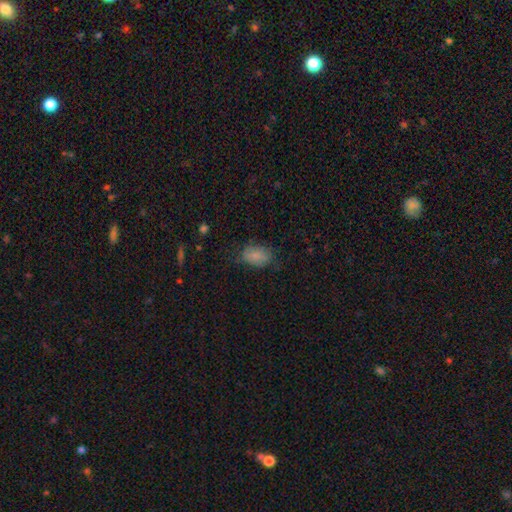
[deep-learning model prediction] This appears to be a smooth galaxy with no disk features (80%) that is in between round and cigar-shaped (85%). Merging: none (66%).